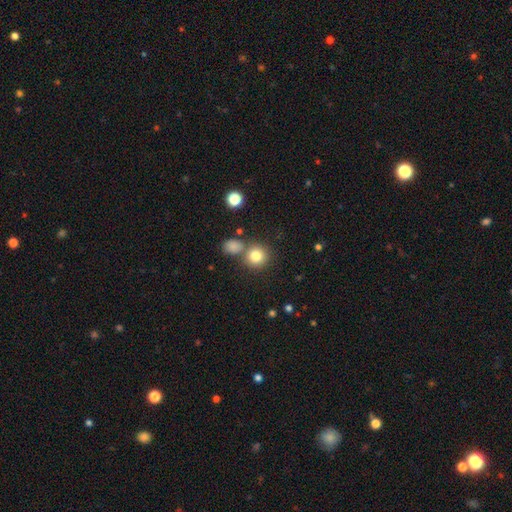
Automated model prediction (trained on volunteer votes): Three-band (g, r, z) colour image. It shows a smooth galaxy with no disk features (81%) that is round (90%). Merging: none (69%).